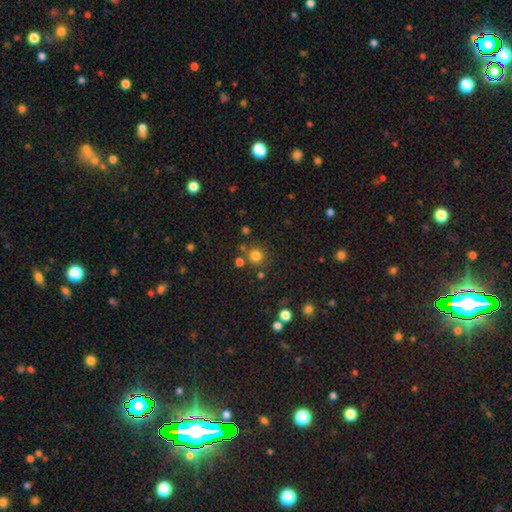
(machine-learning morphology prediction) This is likely a smooth galaxy (78%). How rounded: clearly round (91%). Merging: likely none (77%).